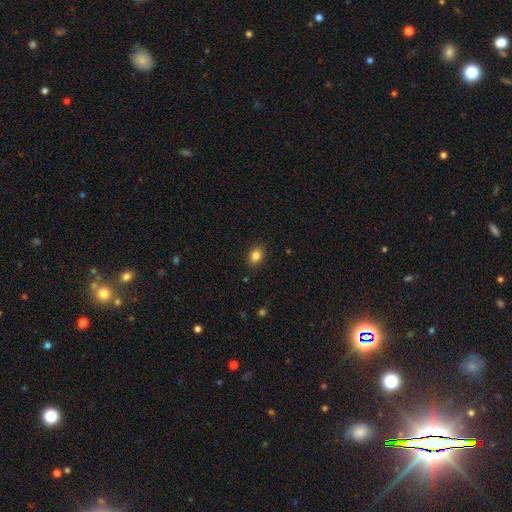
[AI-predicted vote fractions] The model was most divided on "how rounded": in between: 71%, round: 28%, cigar-shaped: 1%. More confident: merging — none (87%); smooth or featured — smooth (85%).